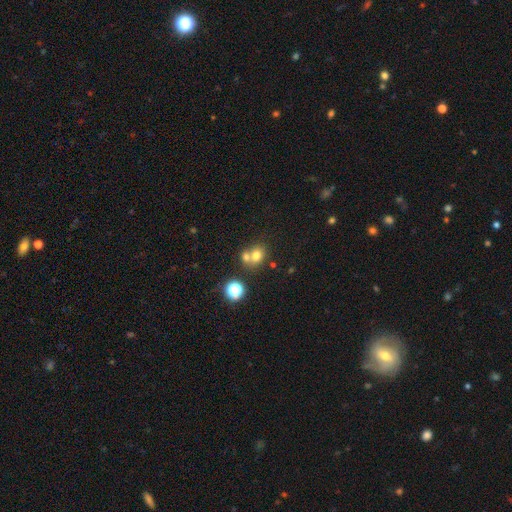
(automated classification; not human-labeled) smooth-or-featured: smooth: 71% | star or artifact: 16% | featured or disk: 13%
  how-rounded: round: 66% | in between: 33% | cigar-shaped: 1%
  merging: merger: 48% | none: 41% | minor disturbance: 8% | major disturbance: 3%